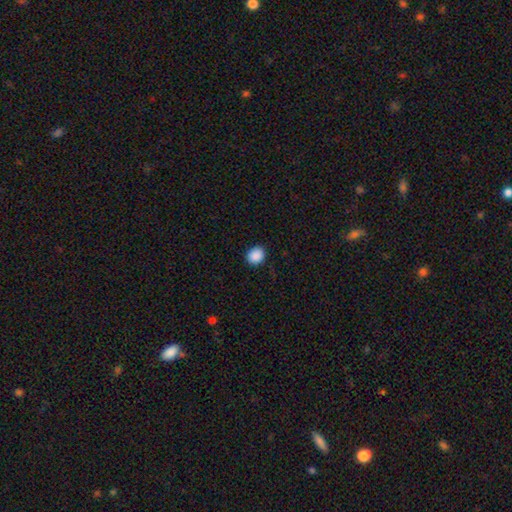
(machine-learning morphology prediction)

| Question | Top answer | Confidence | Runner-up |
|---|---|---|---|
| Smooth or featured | smooth | 89% | star or artifact (8%) |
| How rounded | round | 65% | in between (34%) |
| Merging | none | 89% | minor disturbance (8%) |